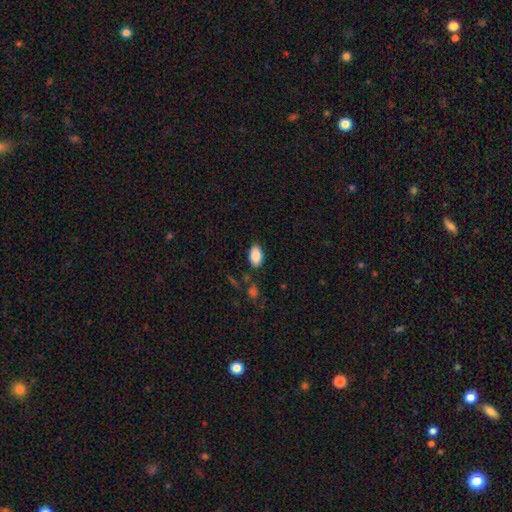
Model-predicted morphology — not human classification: type=smooth (86%); roundness=in between (93%); merging=none (82%).